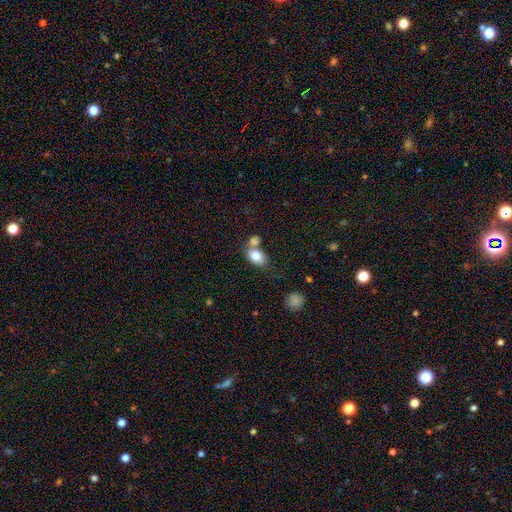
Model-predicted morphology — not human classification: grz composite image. It shows a smooth galaxy with no disk features (81%) that is in between round and cigar-shaped (79%). Merging: merger (42%, tied with none).